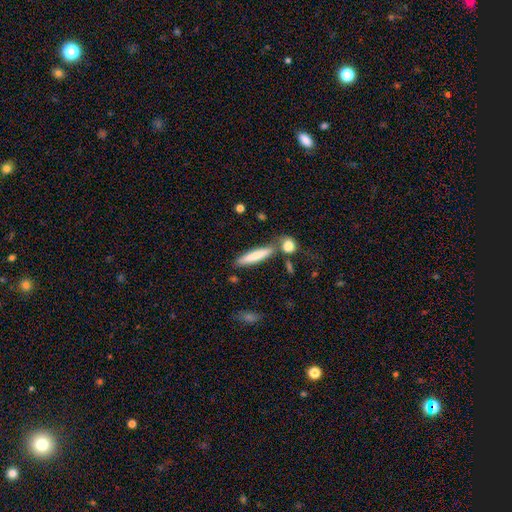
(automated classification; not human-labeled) Morphology: type=smooth (75%); roundness=cigar-shaped (86%); merging=none (72%).